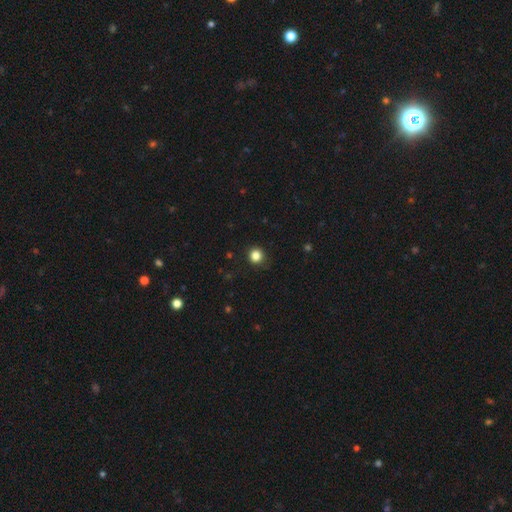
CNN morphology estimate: smooth 84%, star or artifact 12%, featured or disk 4%. Down the decision tree: how rounded — round (93%); merging — none (90%).